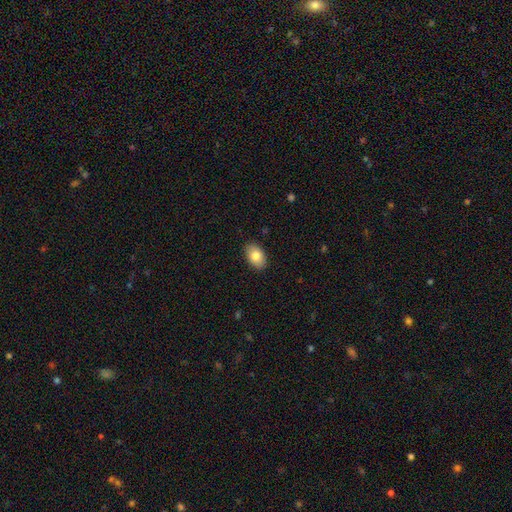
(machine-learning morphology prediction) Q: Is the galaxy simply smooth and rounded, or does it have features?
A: smooth — 83%.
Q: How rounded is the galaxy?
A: in between — 89%.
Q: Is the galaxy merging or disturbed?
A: none — 88%.